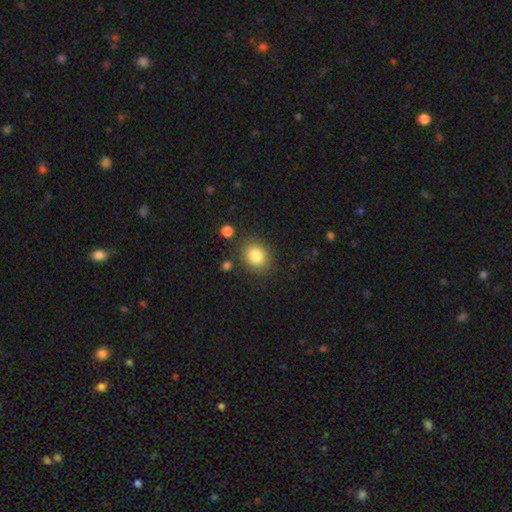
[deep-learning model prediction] This is clearly a smooth galaxy (83%). How rounded: likely round (69%). Merging: clearly none (83%).